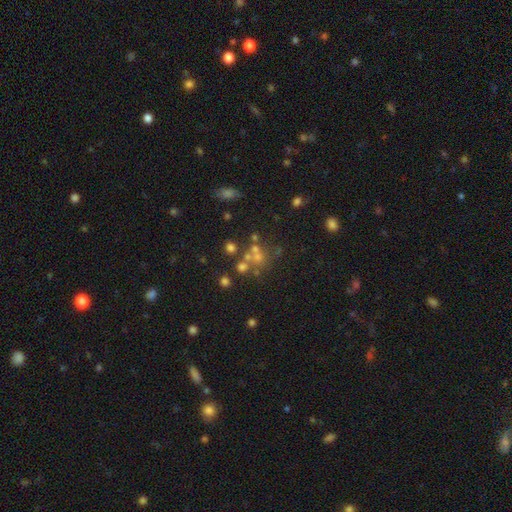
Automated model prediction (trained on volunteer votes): A smooth galaxy with no disk features (47%).

Vote fractions:
- Smooth or featured? smooth: 47% / star or artifact: 27% / featured or disk: 26%
- Merging? none: 48% / merger: 33% / minor disturbance: 11% / major disturbance: 8%